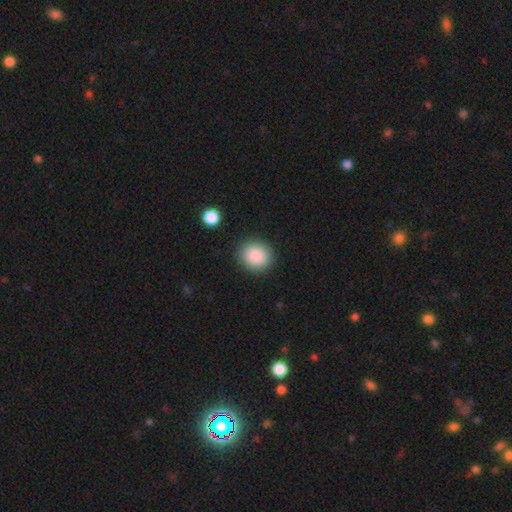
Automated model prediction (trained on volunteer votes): A smooth galaxy with no disk features (88%) that is round (82%). Merging: none (89%).